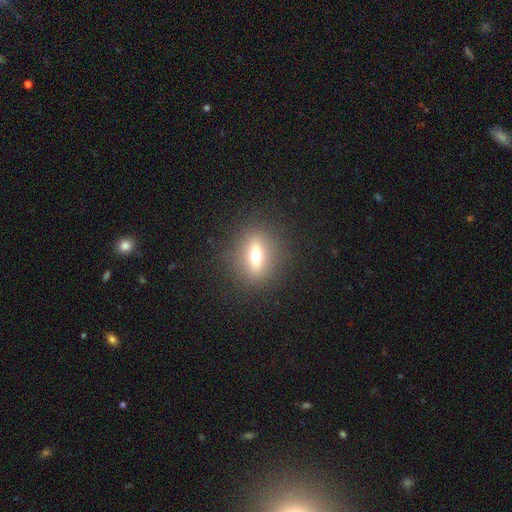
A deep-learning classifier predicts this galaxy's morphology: This appears to be a smooth galaxy with no disk features (53%) that is in between round and cigar-shaped (48%). Merging: none (86%).